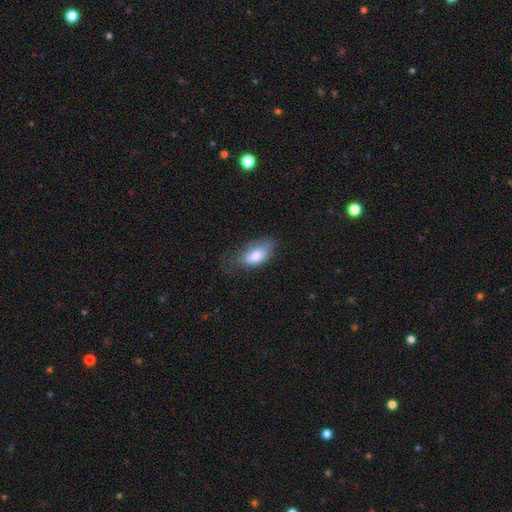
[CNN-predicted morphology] A smooth galaxy with no disk features (77%) that is in between round and cigar-shaped (90%).

Vote fractions:
- Smooth or featured? smooth: 77% / featured or disk: 16% / star or artifact: 7%
- How rounded? in between: 90% / cigar-shaped: 6% / round: 4%
- Merging? none: 41% / minor disturbance: 35% / major disturbance: 22% / merger: 2%